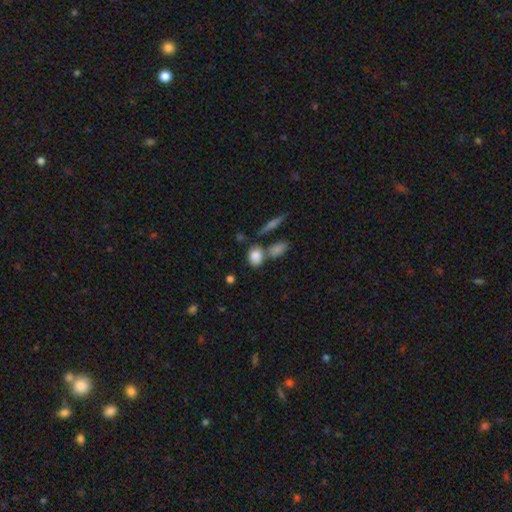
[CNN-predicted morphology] smooth 83%, featured or disk 9%, star or artifact 8%. Down the decision tree: how rounded — in between (64%); merging — none (58%).